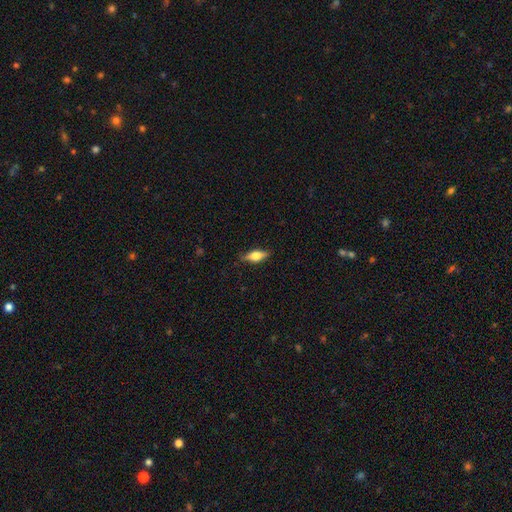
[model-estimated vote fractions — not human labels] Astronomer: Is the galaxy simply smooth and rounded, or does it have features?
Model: smooth — 52% (runner-up: featured or disk, 41%).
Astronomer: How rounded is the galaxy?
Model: in between — 65%.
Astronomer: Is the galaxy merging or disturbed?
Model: none — 84%.